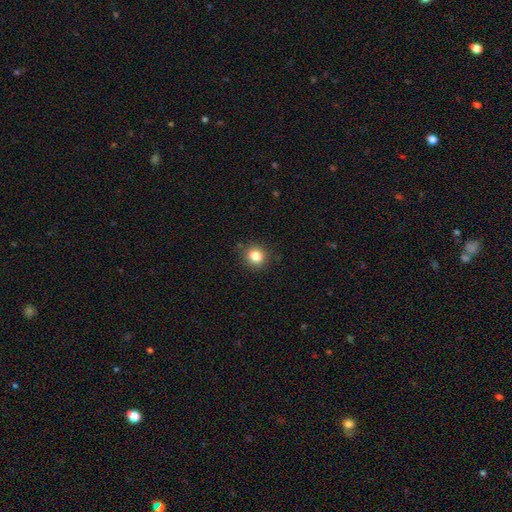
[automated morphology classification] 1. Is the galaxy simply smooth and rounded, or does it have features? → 83% smooth, 11% star or artifact, 6% featured or disk.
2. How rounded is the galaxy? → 79% round, 20% in between, 1% cigar-shaped.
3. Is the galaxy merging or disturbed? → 88% none, 9% minor disturbance, 2% major disturbance, 1% merger.